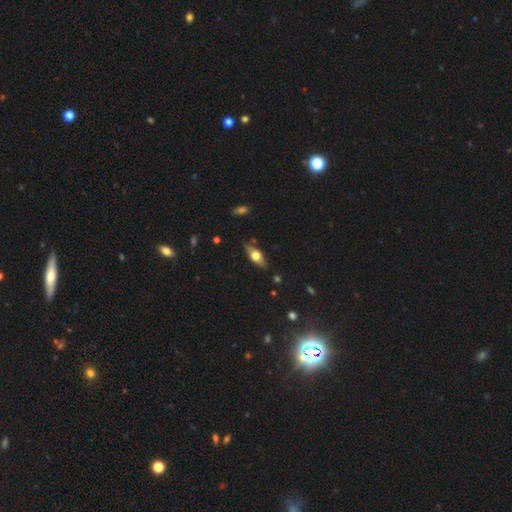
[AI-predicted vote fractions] This is possibly a featured or disk galaxy (47%). Merging: clearly none (82%).